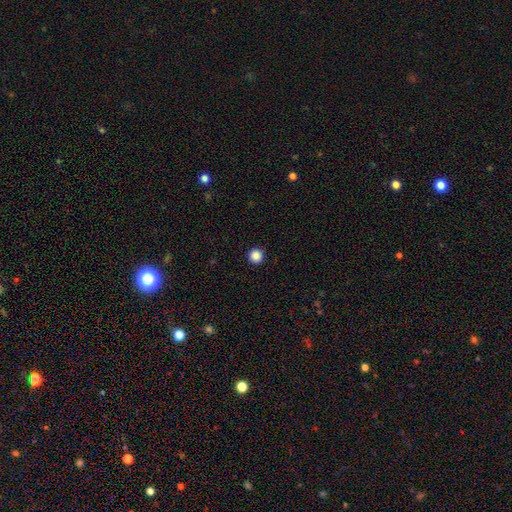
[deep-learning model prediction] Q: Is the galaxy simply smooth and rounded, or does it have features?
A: smooth — 87%.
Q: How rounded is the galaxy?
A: round — 96%.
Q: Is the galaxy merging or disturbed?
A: none — 92%.